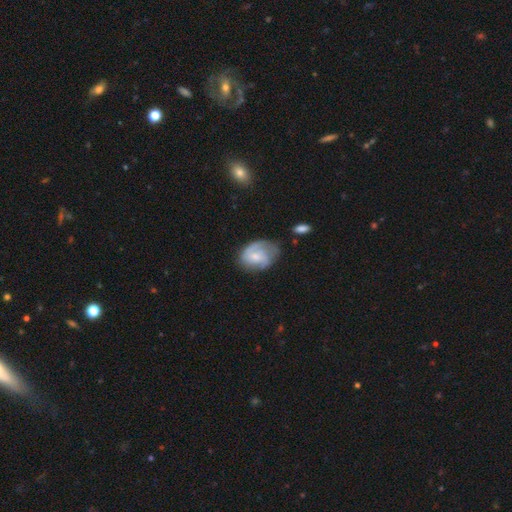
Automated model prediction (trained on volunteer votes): Smooth or featured? featured or disk (57%)
Edge-on disk? no (97%)
Bar? no (56%)
Spiral arms? yes (82%)
Bulge size? small (44%)
Merging? none (49%)